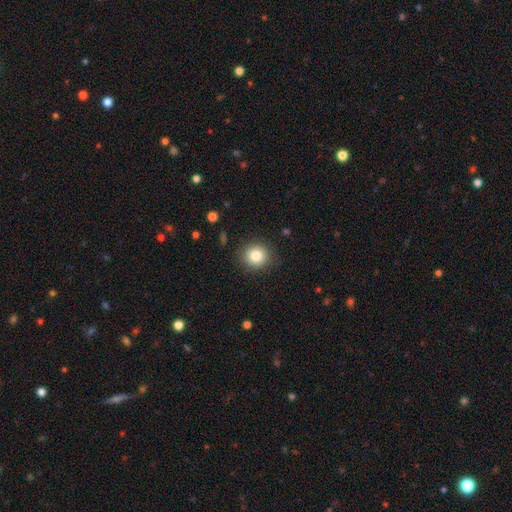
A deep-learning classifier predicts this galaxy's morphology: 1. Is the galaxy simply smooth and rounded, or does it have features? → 81% smooth, 11% star or artifact, 8% featured or disk.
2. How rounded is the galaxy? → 89% round, 10% in between, 1% cigar-shaped.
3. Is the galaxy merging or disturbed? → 87% none, 9% minor disturbance, 3% major disturbance, 1% merger.